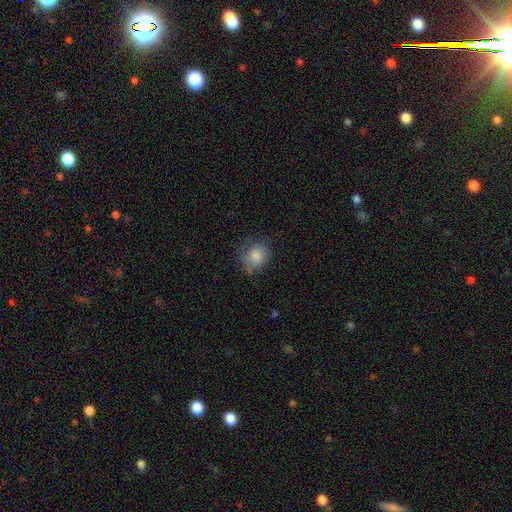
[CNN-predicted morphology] Smooth or featured?
  - smooth: 79% *
  - featured or disk: 11%
  - star or artifact: 9%
How rounded?
  - round: 76% *
  - in between: 23%
  - cigar-shaped: 1%
Merging?
  - none: 64% *
  - minor disturbance: 25%
  - major disturbance: 9%
  - merger: 1%